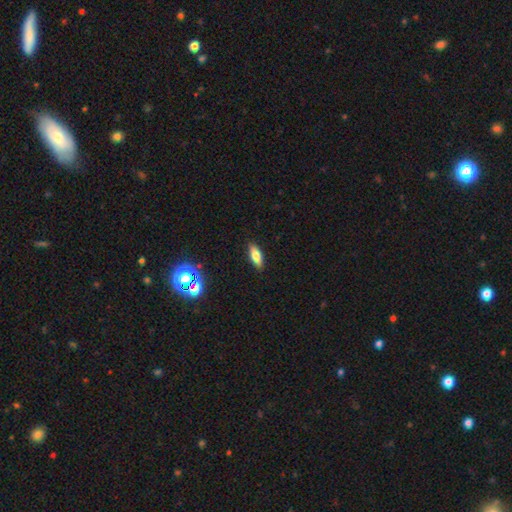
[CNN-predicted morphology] The model was most divided on "how rounded": in between: 67%, cigar-shaped: 30%, round: 3%. More confident: merging — none (89%); smooth or featured — smooth (71%).